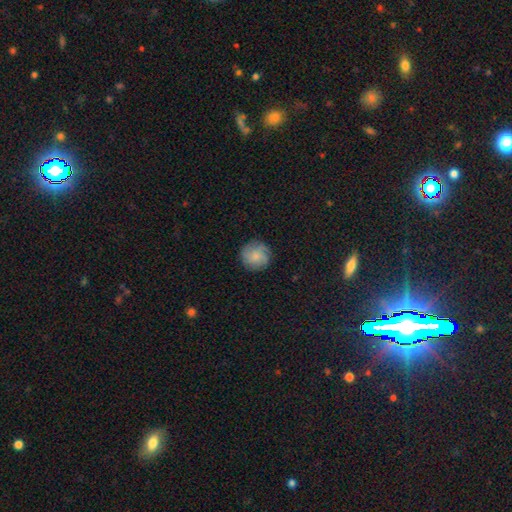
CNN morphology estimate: Smooth or featured: smooth — 70% (featured or disk — 22%)
How rounded: round — 93% (in between — 6%)
Merging: none — 81% (minor disturbance — 14%)